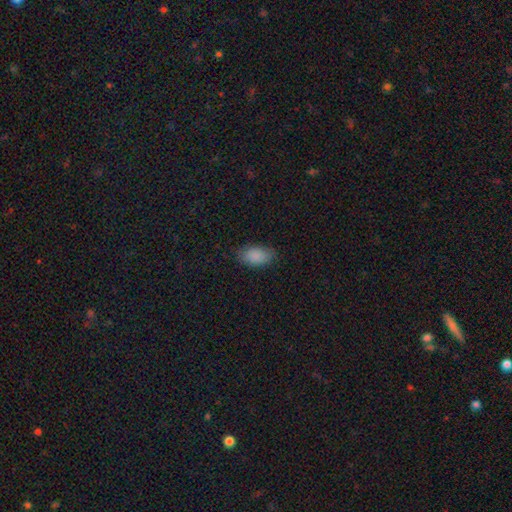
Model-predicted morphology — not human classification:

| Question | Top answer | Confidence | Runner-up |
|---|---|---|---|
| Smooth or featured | smooth | 88% | star or artifact (7%) |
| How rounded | in between | 93% | round (5%) |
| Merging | none | 82% | minor disturbance (14%) |